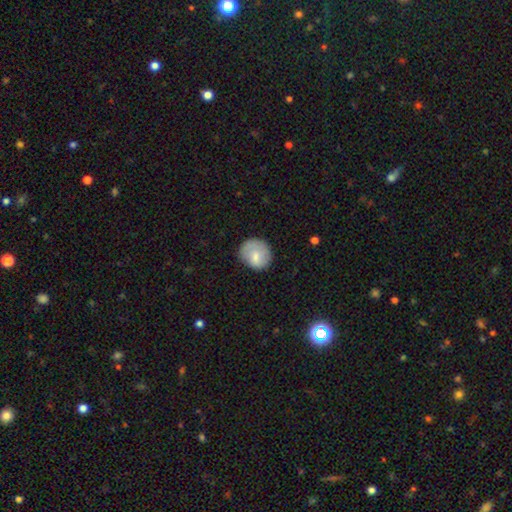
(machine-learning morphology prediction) This is likely a smooth galaxy (76%). How rounded: likely round (78%). Merging: likely none (71%).